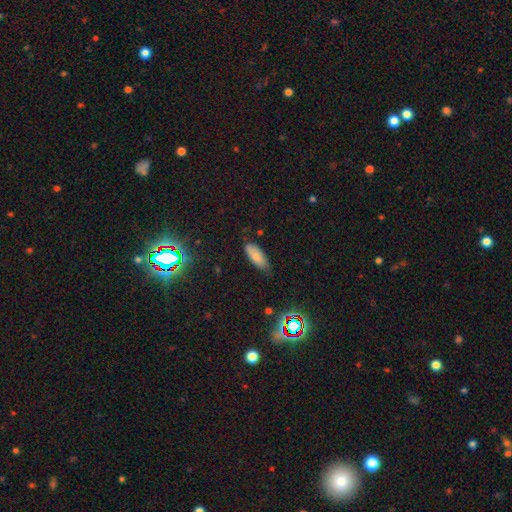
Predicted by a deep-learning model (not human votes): Smooth or featured? smooth (79%)
How rounded? in between (77%)
Merging? none (76%)